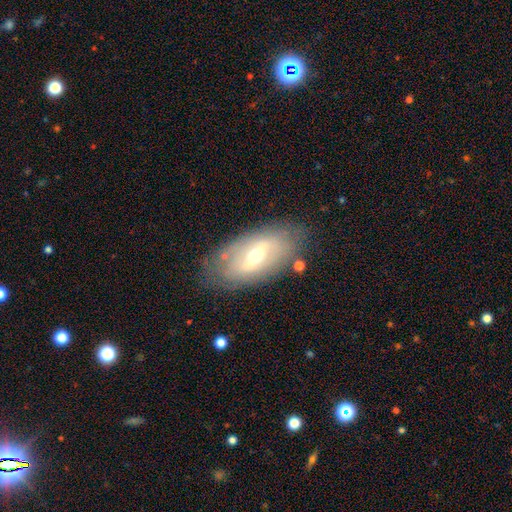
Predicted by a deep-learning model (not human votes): Smooth or featured: featured or disk — 64% (smooth — 28%)
Edge-on disk: no — 83% (yes — 17%)
Bar: strong — 45% (weak — 39%)
Spiral arms: no — 65% (yes — 35%)
Bulge size: moderate — 61% (small — 31%)
Merging: none — 76% (minor disturbance — 16%)